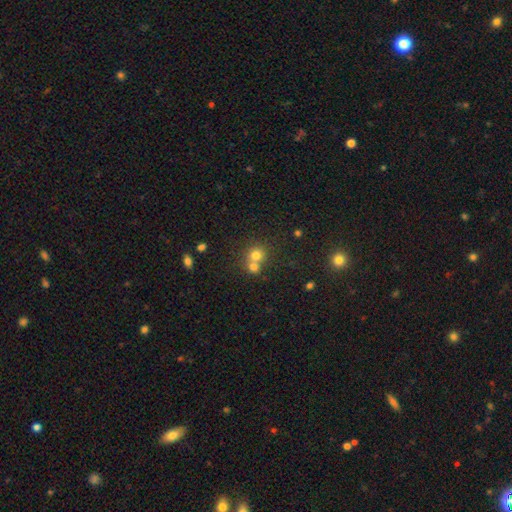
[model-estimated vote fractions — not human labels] This appears to be a smooth galaxy with no disk features (74%) that is round (83%). Merging: merger (53%).